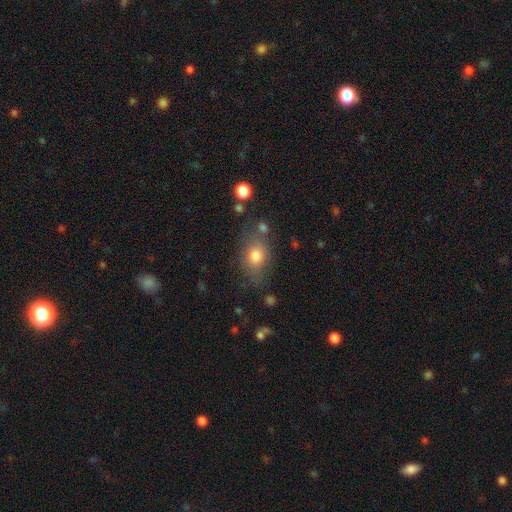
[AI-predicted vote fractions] This appears to be a smooth galaxy with no disk features (78%) that is in between round and cigar-shaped (70%). Merging: none (70%).